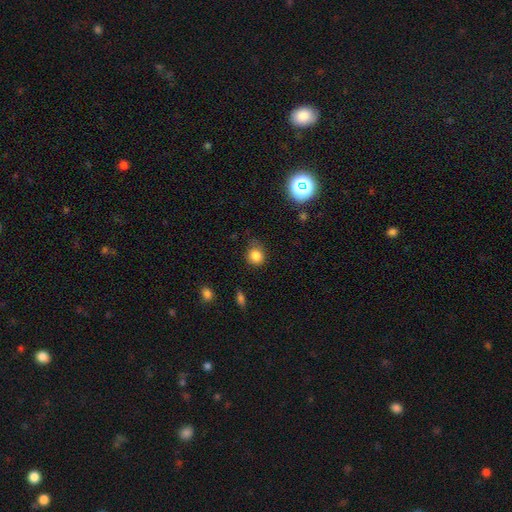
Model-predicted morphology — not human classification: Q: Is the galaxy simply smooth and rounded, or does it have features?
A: smooth — 83%.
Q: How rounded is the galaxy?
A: round — 78%.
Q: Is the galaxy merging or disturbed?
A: none — 69%.